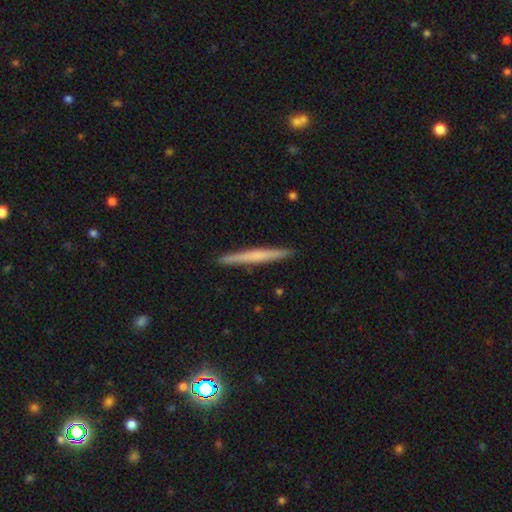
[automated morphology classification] Smooth or featured? Predicted: smooth (p=0.54). How rounded? Predicted: cigar-shaped (p=0.97). Merging? Predicted: none (p=0.92).